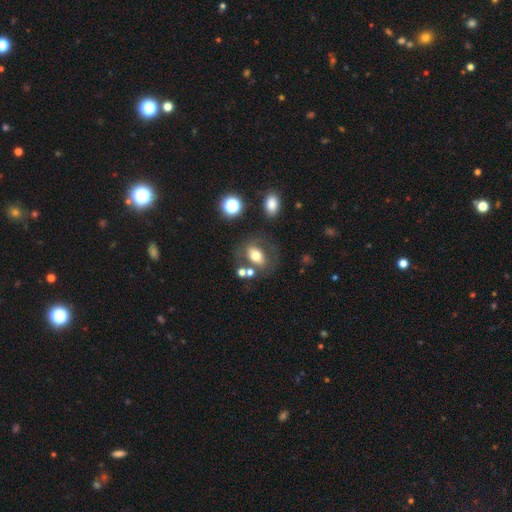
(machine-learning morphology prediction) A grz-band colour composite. It shows a smooth galaxy with no disk features (61%) that is in between round and cigar-shaped (72%). Merging: none (62%).